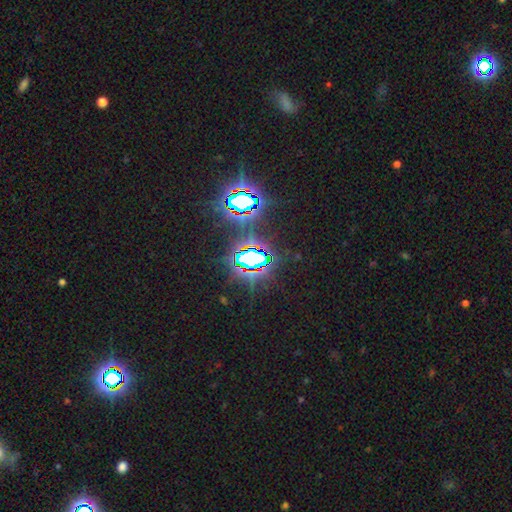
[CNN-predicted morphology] smooth-or-featured: star or artifact: 79% | smooth: 12% | featured or disk: 10%